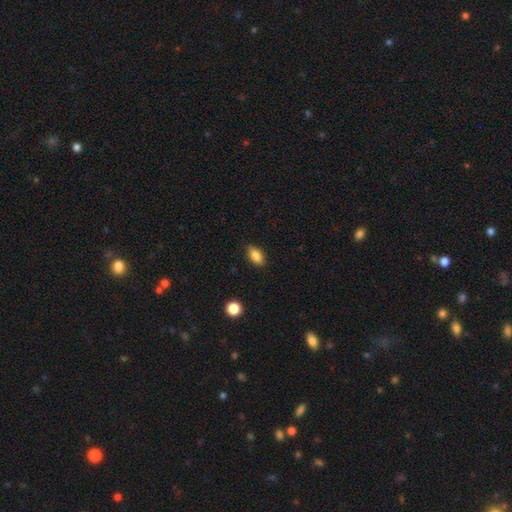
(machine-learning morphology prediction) A smooth galaxy with no disk features (82%) that is in between round and cigar-shaped (86%).

Vote fractions:
- Smooth or featured? smooth: 82% / featured or disk: 10% / star or artifact: 8%
- How rounded? in between: 86% / cigar-shaped: 7% / round: 6%
- Merging? none: 86% / minor disturbance: 11% / major disturbance: 2% / merger: 1%